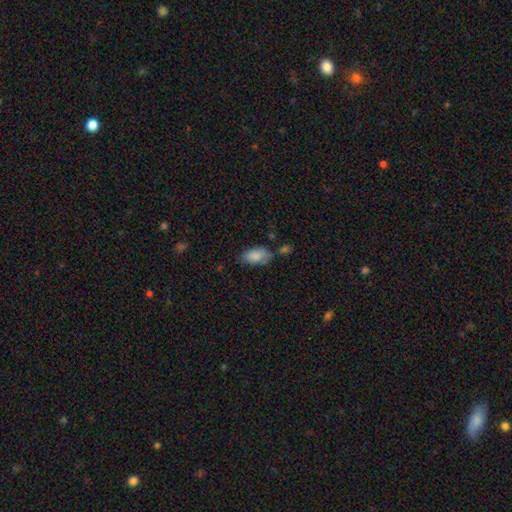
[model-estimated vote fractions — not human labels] This appears to be a smooth galaxy with no disk features (85%) that is in between round and cigar-shaped (93%). Merging: none (59%).